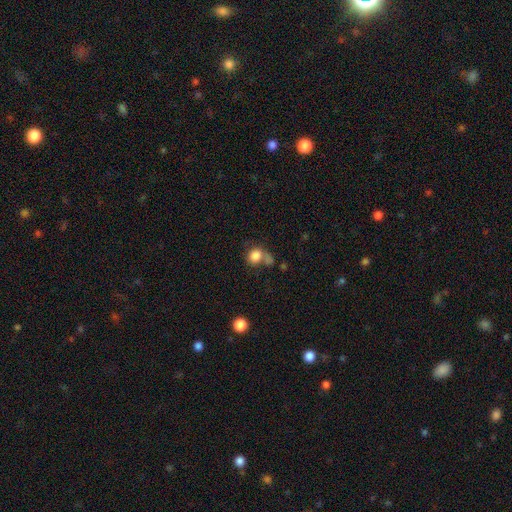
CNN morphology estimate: The model was most divided on "merging": none: 42%, merger: 31%, minor disturbance: 15%, major disturbance: 11%. More confident: smooth or featured — smooth (83%); how rounded — round (71%).